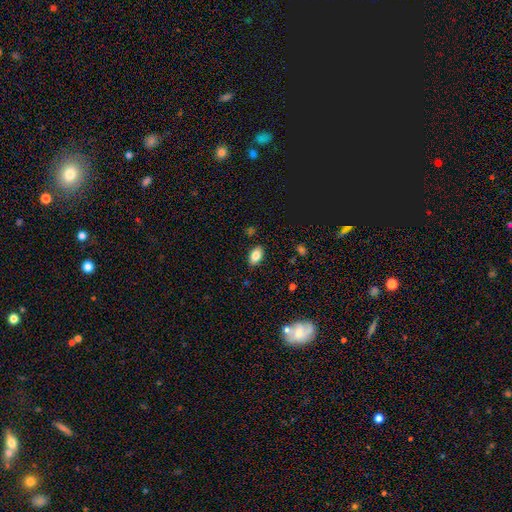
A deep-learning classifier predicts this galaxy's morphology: A smooth galaxy with no disk features (83%) that is in between round and cigar-shaped (91%). Merging: none (86%).